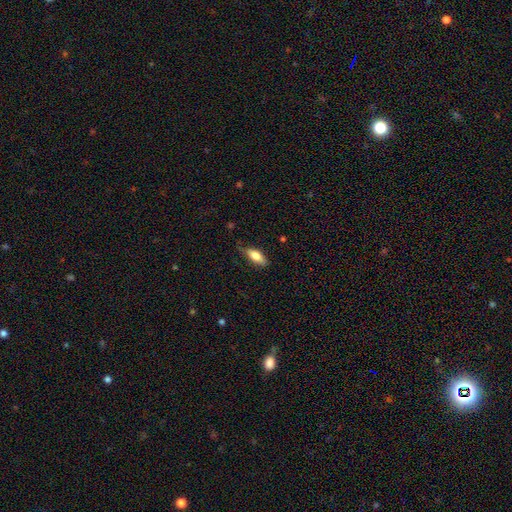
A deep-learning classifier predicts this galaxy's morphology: Smooth or featured? Predicted: smooth (p=0.76). How rounded? Predicted: in between (p=0.76). Merging? Predicted: none (p=0.72).